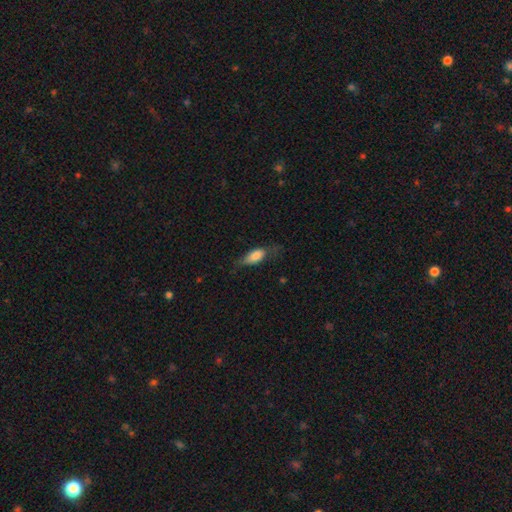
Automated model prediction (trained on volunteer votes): Smooth or featured? smooth (75%)
How rounded? in between (79%)
Merging? none (51%)